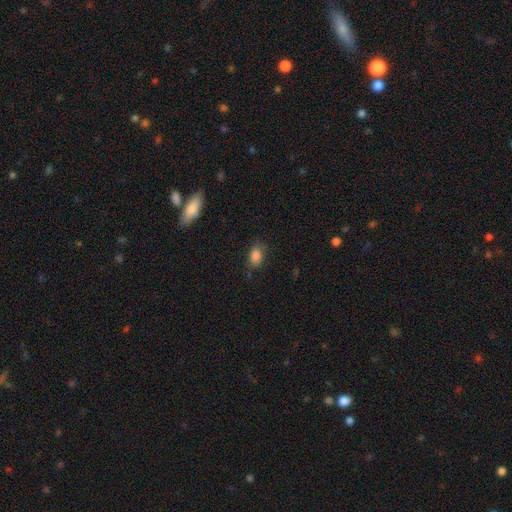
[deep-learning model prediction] smooth-or-featured: smooth: 84% | star or artifact: 10% | featured or disk: 6%
  how-rounded: in between: 80% | round: 18% | cigar-shaped: 2%
  merging: none: 76% | minor disturbance: 18% | major disturbance: 4% | merger: 2%